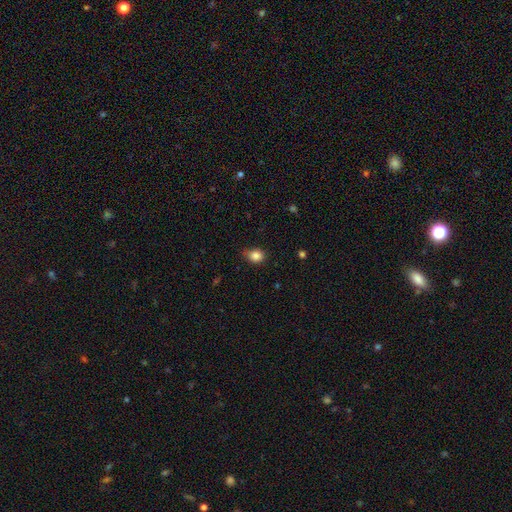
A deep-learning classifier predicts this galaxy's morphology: smooth-or-featured: smooth: 85% | star or artifact: 10% | featured or disk: 5%
  how-rounded: round: 55% | in between: 44% | cigar-shaped: 1%
  merging: none: 70% | minor disturbance: 25% | major disturbance: 4% | merger: 1%